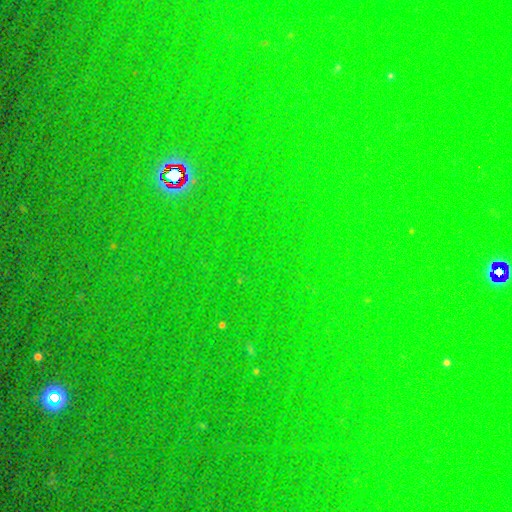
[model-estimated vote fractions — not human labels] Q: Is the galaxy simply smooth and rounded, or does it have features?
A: star or artifact — 80%.